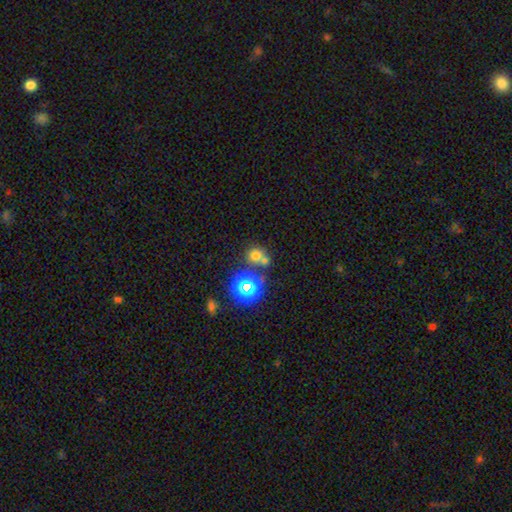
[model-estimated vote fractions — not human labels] Smooth or featured?
  - smooth: 63% *
  - star or artifact: 26%
  - featured or disk: 11%
How rounded?
  - round: 81% *
  - in between: 18%
  - cigar-shaped: 1%
Merging?
  - none: 50% *
  - merger: 37%
  - minor disturbance: 8%
  - major disturbance: 4%